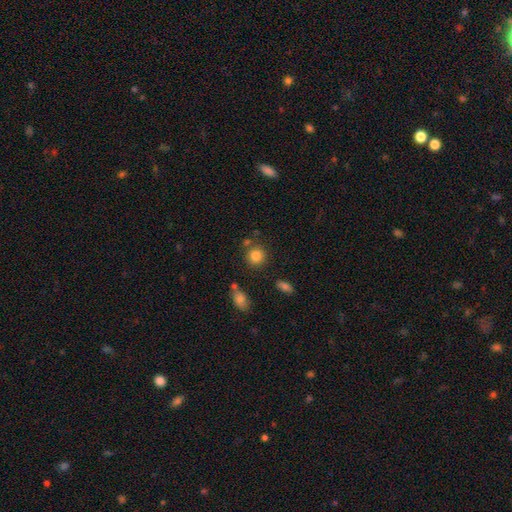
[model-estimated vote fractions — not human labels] A smooth galaxy with no disk features (83%) that is round (87%). Merging: none (74%).